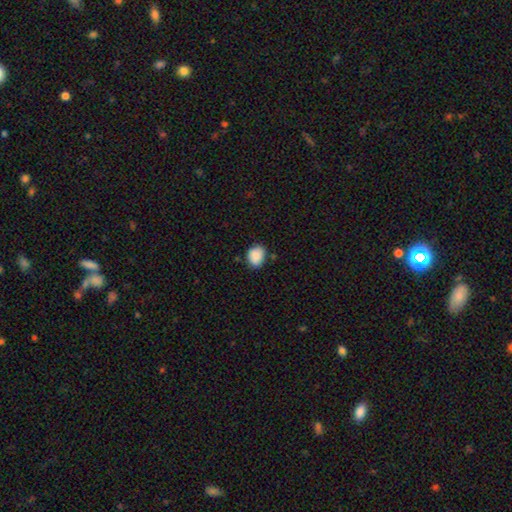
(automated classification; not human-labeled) The model was most divided on "how rounded": in between: 56%, round: 44%, cigar-shaped: 1%. More confident: smooth or featured — smooth (89%); merging — none (76%).